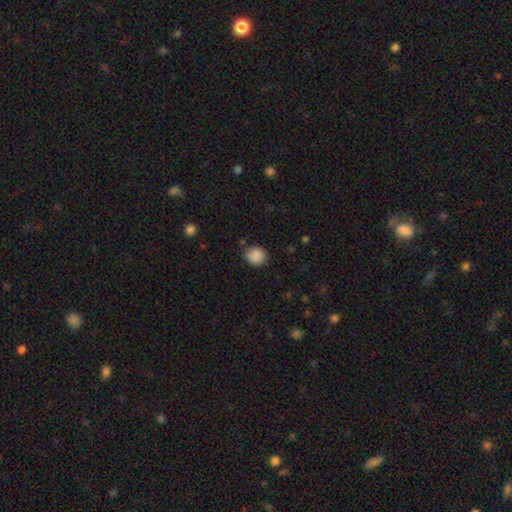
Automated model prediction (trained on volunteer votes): Overall: smooth (88%). How rounded: round (83%). Merging: none (80%).